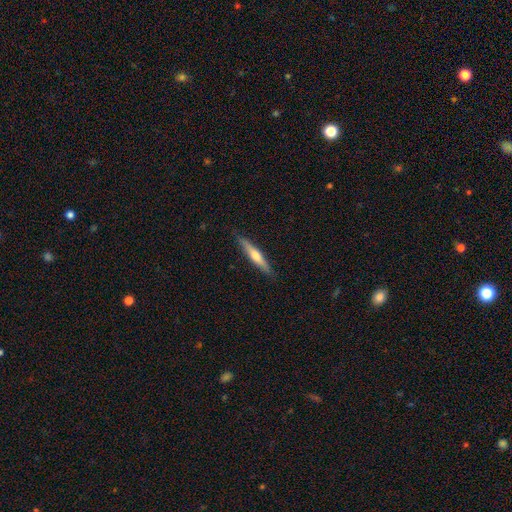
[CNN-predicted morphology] Q: Smooth or featured?
A: smooth (48%); runner-up: featured or disk (46%)
Q: Merging?
A: none (87%); runner-up: minor disturbance (10%)